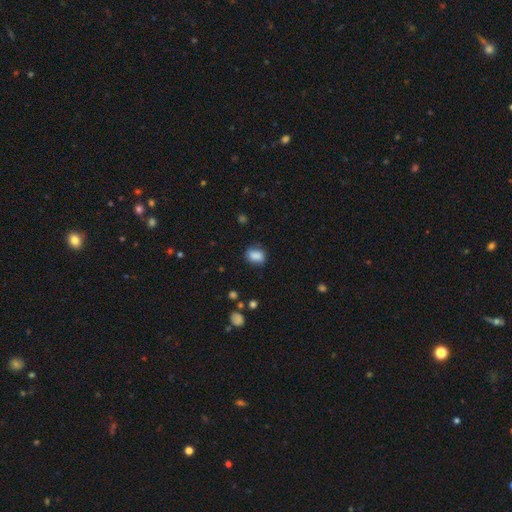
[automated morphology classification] Q: Smooth or featured?
A: smooth (84%); runner-up: star or artifact (9%)
Q: How rounded?
A: in between (69%); runner-up: round (29%)
Q: Merging?
A: none (70%); runner-up: minor disturbance (21%)